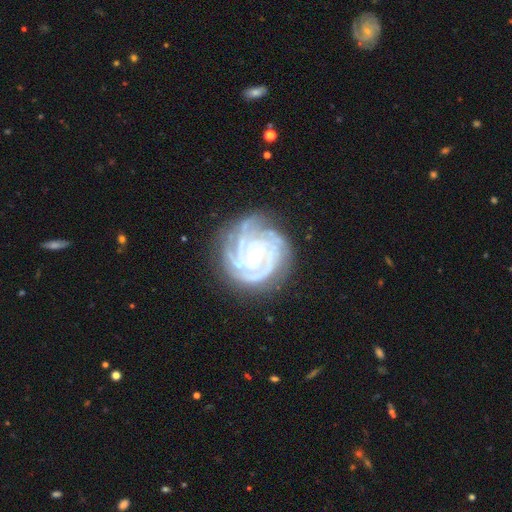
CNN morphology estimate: smooth_or_featured: featured or disk (p=0.89) [alt: star or artifact p=0.06]
disk_edge_on: no (p=0.98) [alt: yes p=0.02]
bar: no (p=0.74) [alt: weak p=0.18]
has_spiral_arms: yes (p=0.98) [alt: no p=0.02]
spiral_winding: tight (p=0.82) [alt: medium p=0.16]
spiral_arm_count: 4 (p=0.32) [alt: 3 p=0.23]
bulge_size: small (p=0.77) [alt: moderate p=0.19]
merging: none (p=0.75) [alt: minor disturbance p=0.18]